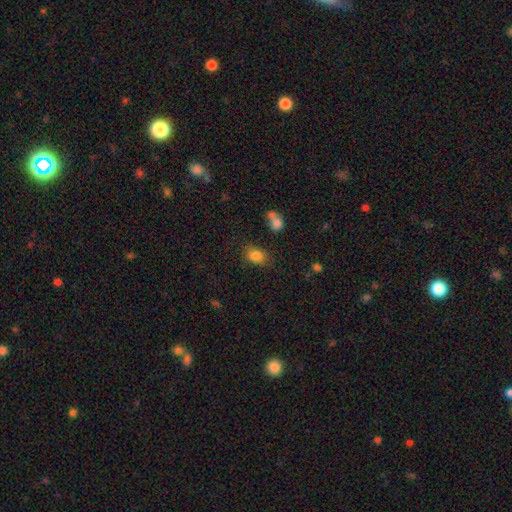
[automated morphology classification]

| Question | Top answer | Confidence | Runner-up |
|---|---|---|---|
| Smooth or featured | smooth | 84% | star or artifact (10%) |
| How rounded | in between | 64% | round (34%) |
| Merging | none | 74% | minor disturbance (16%) |